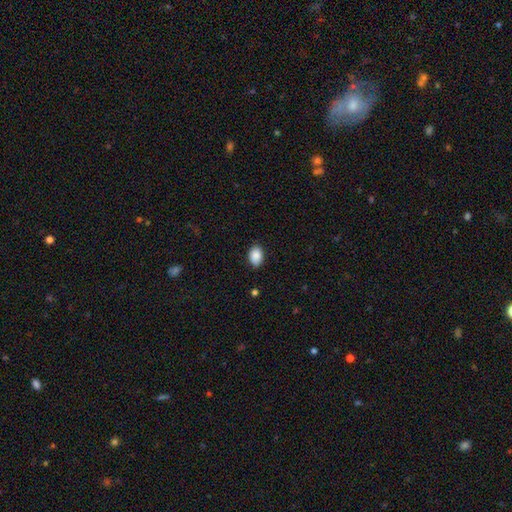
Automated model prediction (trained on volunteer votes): Smooth or featured? Predicted: smooth (p=0.89). How rounded? Predicted: in between (p=0.83). Merging? Predicted: none (p=0.84).